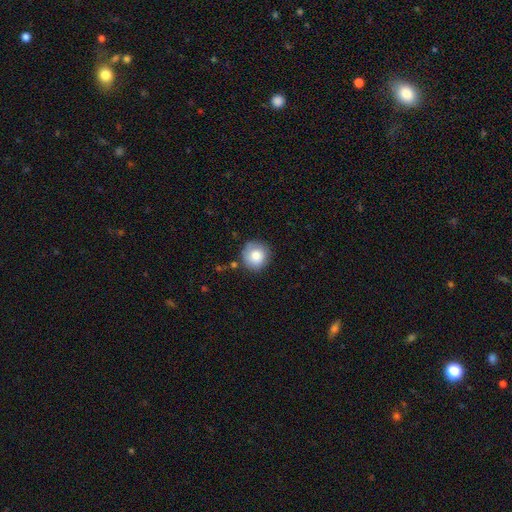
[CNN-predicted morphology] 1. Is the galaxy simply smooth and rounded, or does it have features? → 81% smooth, 10% featured or disk, 8% star or artifact.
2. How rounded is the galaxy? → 93% round, 6% in between, 1% cigar-shaped.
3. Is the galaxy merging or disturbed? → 80% none, 14% minor disturbance, 3% major disturbance, 3% merger.